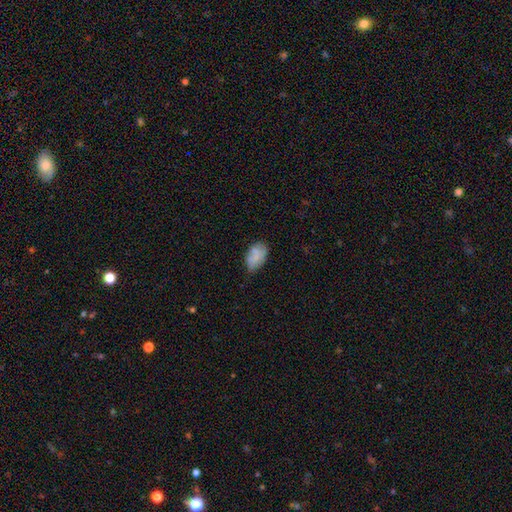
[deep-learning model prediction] A smooth galaxy with no disk features (73%) that is in between round and cigar-shaped (90%). Merging: none (59%).